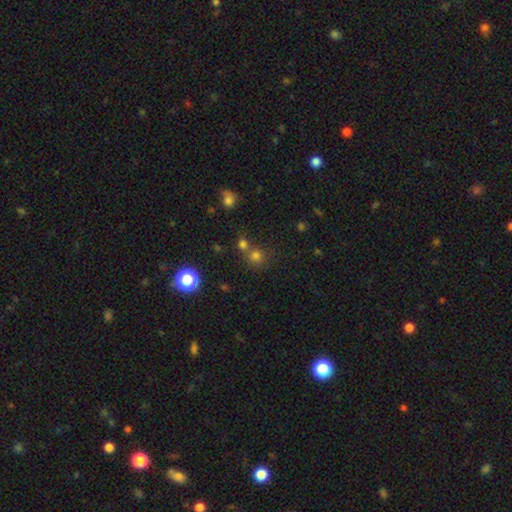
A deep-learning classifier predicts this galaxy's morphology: smooth-or-featured: smooth: 72% | star or artifact: 21% | featured or disk: 7%
  how-rounded: round: 89% | in between: 10% | cigar-shaped: 1%
  merging: none: 58% | merger: 31% | minor disturbance: 8% | major disturbance: 3%